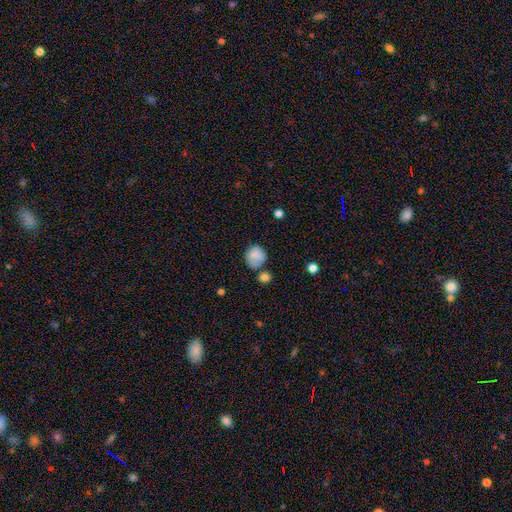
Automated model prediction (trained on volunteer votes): smooth_or_featured: smooth (p=0.82) [alt: featured or disk p=0.09]
how_rounded: round (p=0.79) [alt: in between p=0.20]
merging: none (p=0.57) [alt: minor disturbance p=0.21]